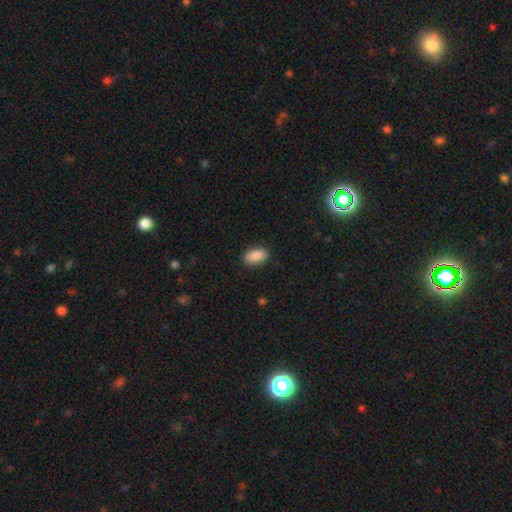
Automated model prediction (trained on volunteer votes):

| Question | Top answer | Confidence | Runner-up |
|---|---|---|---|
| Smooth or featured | smooth | 89% | star or artifact (7%) |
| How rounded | in between | 93% | round (5%) |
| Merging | none | 87% | minor disturbance (9%) |